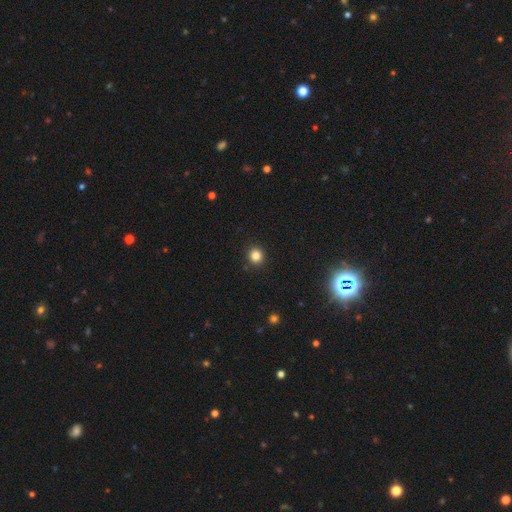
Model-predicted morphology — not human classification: Smooth or featured? smooth (83%)
How rounded? round (91%)
Merging? none (91%)